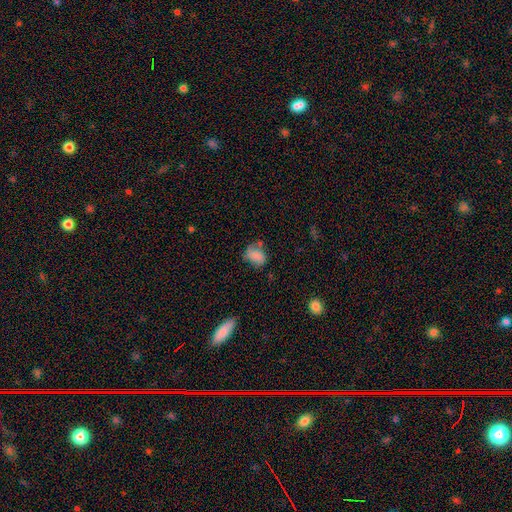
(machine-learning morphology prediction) A smooth galaxy with no disk features (72%) that is in between round and cigar-shaped (65%).

Vote fractions:
- Smooth or featured? smooth: 72% / featured or disk: 17% / star or artifact: 11%
- How rounded? in between: 65% / round: 34% / cigar-shaped: 1%
- Merging? none: 41% / minor disturbance: 32% / major disturbance: 20% / merger: 8%